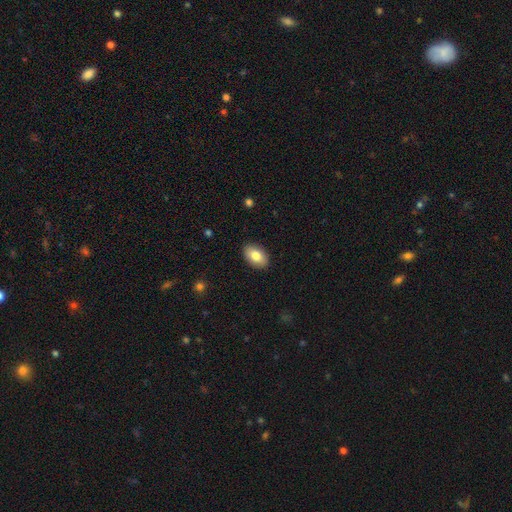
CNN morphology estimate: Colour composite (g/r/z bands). It shows a smooth galaxy with no disk features (82%) that is in between round and cigar-shaped (92%). Merging: none (89%).